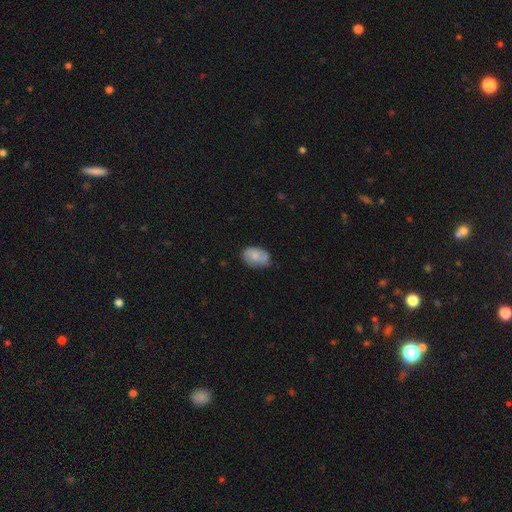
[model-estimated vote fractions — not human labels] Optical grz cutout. It shows a smooth galaxy with no disk features (72%) that is in between round and cigar-shaped (87%). Merging: none (66%).